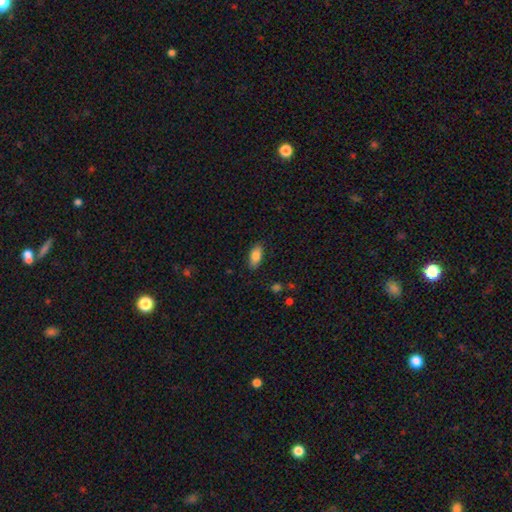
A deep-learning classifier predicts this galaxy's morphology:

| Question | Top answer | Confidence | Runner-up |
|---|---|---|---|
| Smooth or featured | smooth | 83% | featured or disk (9%) |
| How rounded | in between | 88% | cigar-shaped (9%) |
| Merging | none | 85% | minor disturbance (12%) |